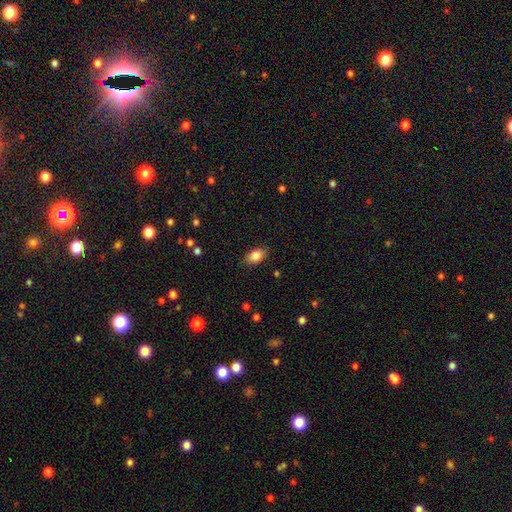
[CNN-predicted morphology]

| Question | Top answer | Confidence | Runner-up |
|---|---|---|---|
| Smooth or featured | smooth | 84% | featured or disk (8%) |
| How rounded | in between | 88% | round (9%) |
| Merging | none | 84% | minor disturbance (12%) |